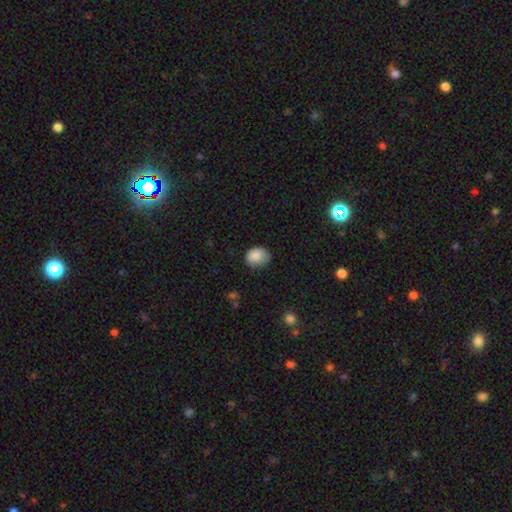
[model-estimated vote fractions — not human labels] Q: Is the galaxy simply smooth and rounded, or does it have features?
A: smooth — 87%.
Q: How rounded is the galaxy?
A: in between — 58%.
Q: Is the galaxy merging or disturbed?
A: none — 66%.